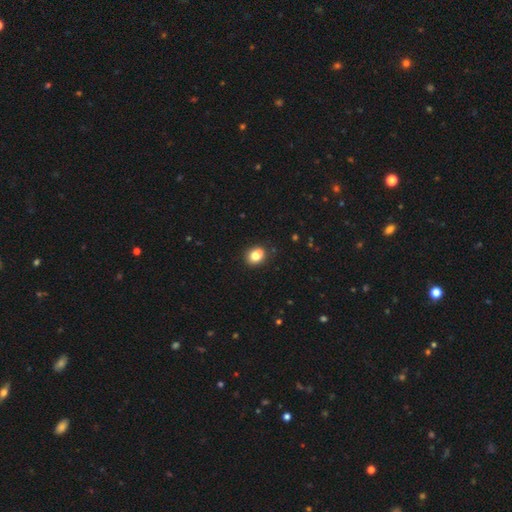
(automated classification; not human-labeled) Q: Smooth or featured?
A: smooth (82%); runner-up: star or artifact (10%)
Q: How rounded?
A: in between (60%); runner-up: round (39%)
Q: Merging?
A: none (74%); runner-up: minor disturbance (14%)